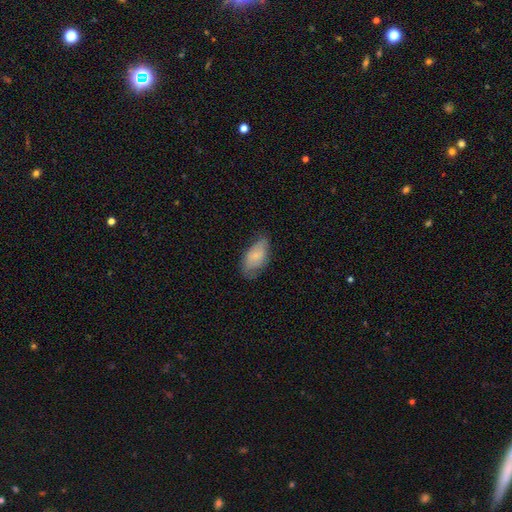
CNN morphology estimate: Overall: smooth (72%). How rounded: in between (93%). Merging: none (57%; minor disturbance 32%).